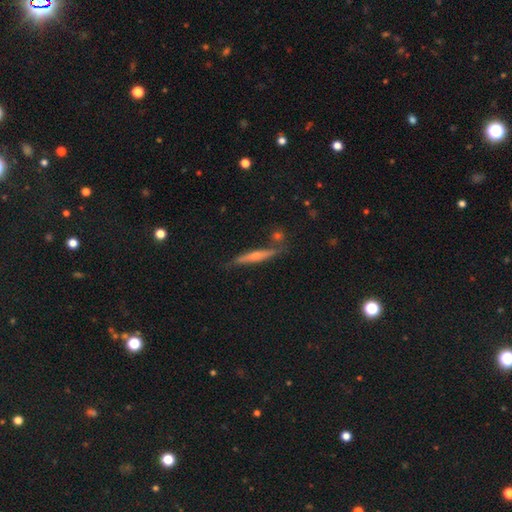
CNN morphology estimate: Smooth or featured? Predicted: featured or disk (p=0.57). Edge-on disk? Predicted: yes (p=0.94). Edge-on bulge? Predicted: rounded (p=0.67). Merging? Predicted: none (p=0.80).